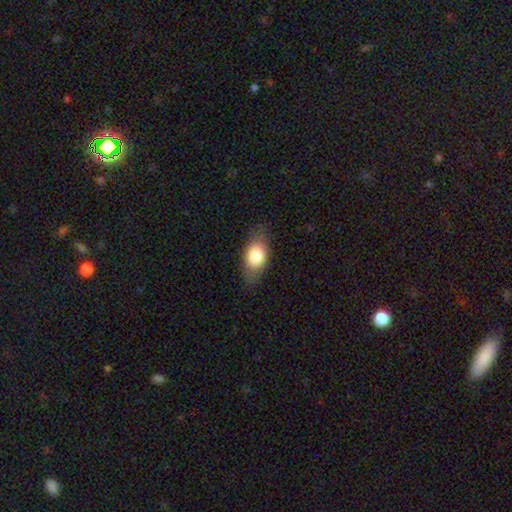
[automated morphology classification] A smooth galaxy with no disk features (79%) that is in between round and cigar-shaped (83%).

Vote fractions:
- Smooth or featured? smooth: 79% / featured or disk: 14% / star or artifact: 7%
- How rounded? in between: 83% / round: 13% / cigar-shaped: 4%
- Merging? none: 79% / minor disturbance: 16% / major disturbance: 5% / merger: 1%